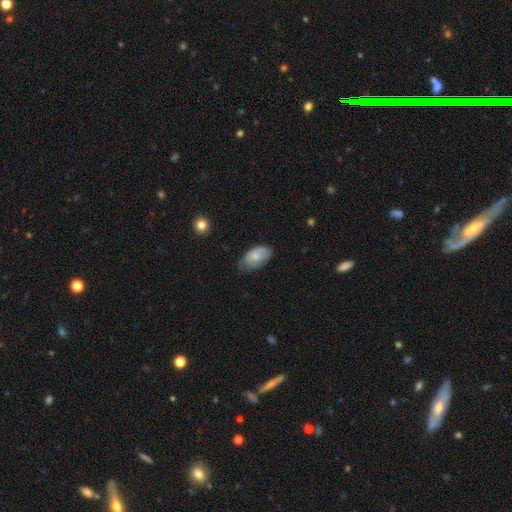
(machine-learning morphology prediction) Smooth or featured? smooth (75%)
How rounded? in between (94%)
Merging? none (54%)